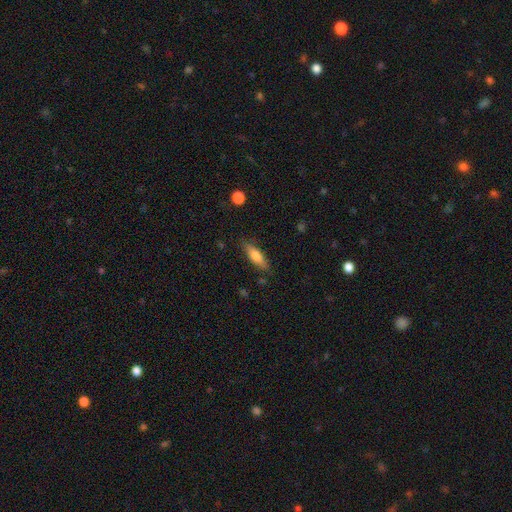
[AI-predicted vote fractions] A smooth galaxy with no disk features (70%) that is cigar-shaped (52%).

Vote fractions:
- Smooth or featured? smooth: 70% / featured or disk: 24% / star or artifact: 7%
- How rounded? cigar-shaped: 52% / in between: 45% / round: 2%
- Merging? none: 83% / minor disturbance: 13% / major disturbance: 3% / merger: 2%